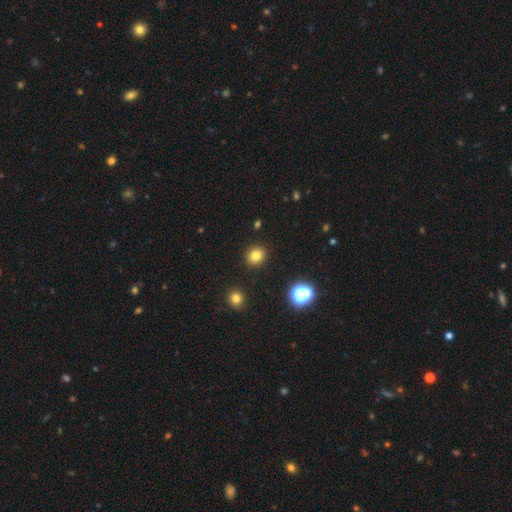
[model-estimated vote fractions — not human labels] This appears to be a smooth galaxy with no disk features (79%) that is round (76%). Merging: none (90%).